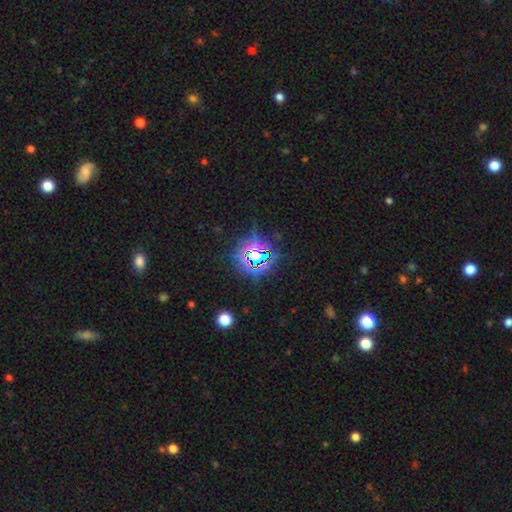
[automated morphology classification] smooth-or-featured: star or artifact: 76% | smooth: 15% | featured or disk: 10%